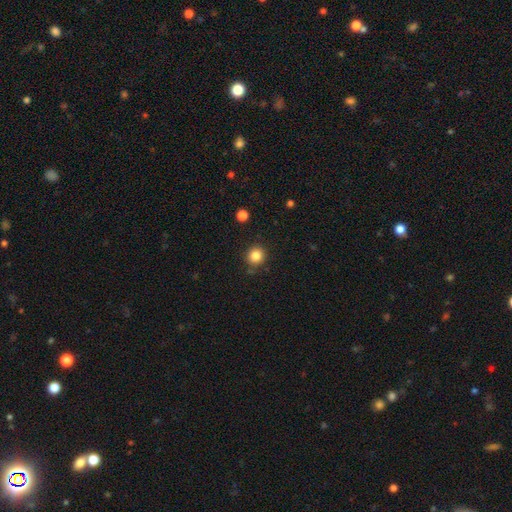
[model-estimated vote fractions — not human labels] Morphology: type=smooth (84%); roundness=round (91%); merging=none (85%).